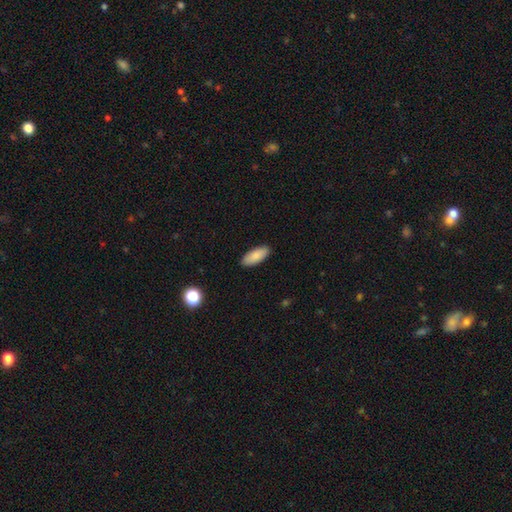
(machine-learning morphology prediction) This is clearly a smooth galaxy (86%). How rounded: clearly in between (82%). Merging: clearly none (90%).